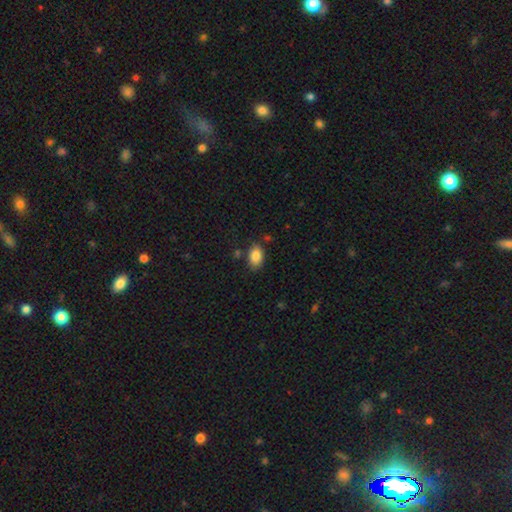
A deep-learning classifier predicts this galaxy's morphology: smooth-or-featured: smooth: 86% | star or artifact: 8% | featured or disk: 6%
  how-rounded: in between: 89% | round: 10% | cigar-shaped: 1%
  merging: none: 78% | minor disturbance: 15% | merger: 4% | major disturbance: 3%